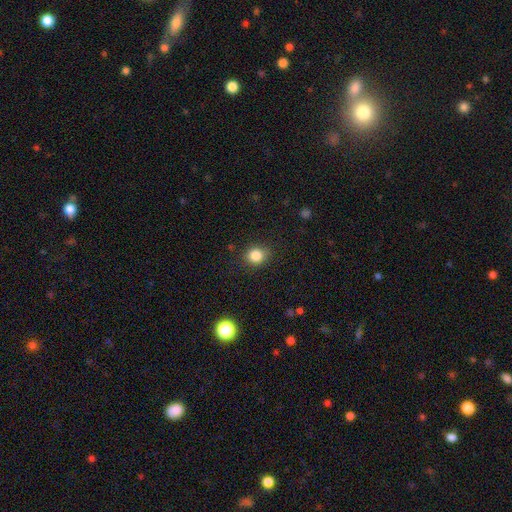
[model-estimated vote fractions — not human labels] A smooth galaxy with no disk features (85%) that is round (76%). Merging: none (85%).